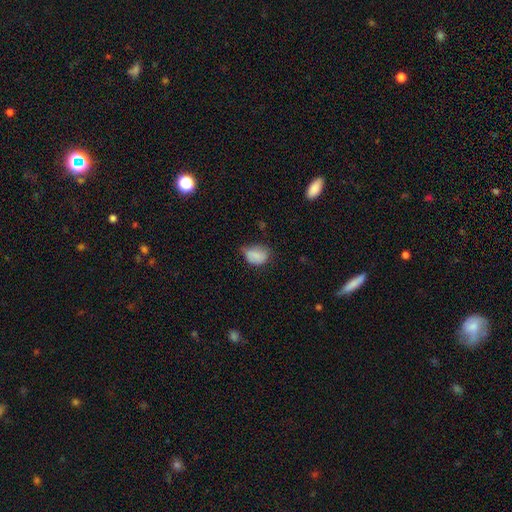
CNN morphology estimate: Overall: smooth (79%). How rounded: in between (72%). Merging: minor disturbance (43%; none 42%).